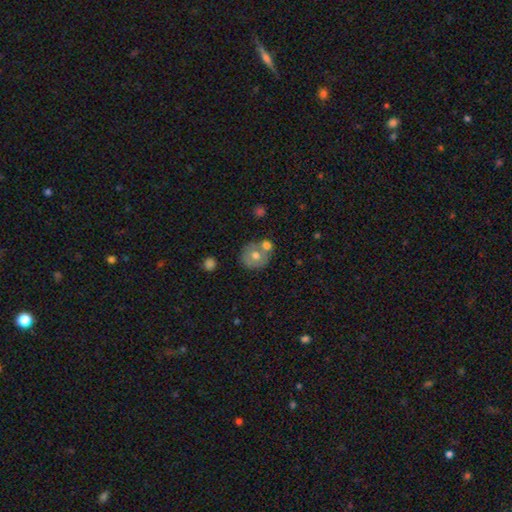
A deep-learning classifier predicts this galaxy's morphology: smooth 62%, featured or disk 29%, star or artifact 9%. Down the decision tree: how rounded — round (81%); merging — none (52%).